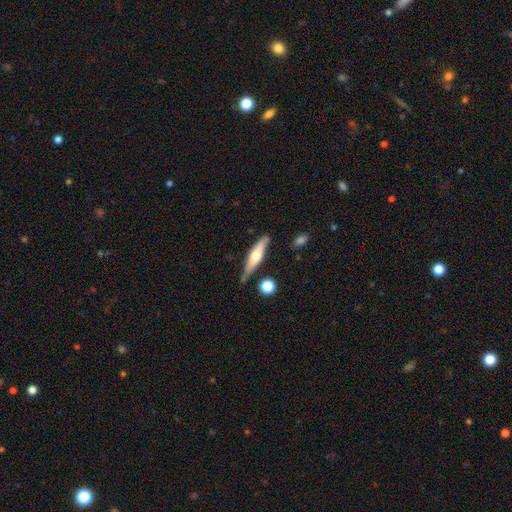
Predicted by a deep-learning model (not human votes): This appears to be a featured or disk galaxy (48%). Merging: none (74%).